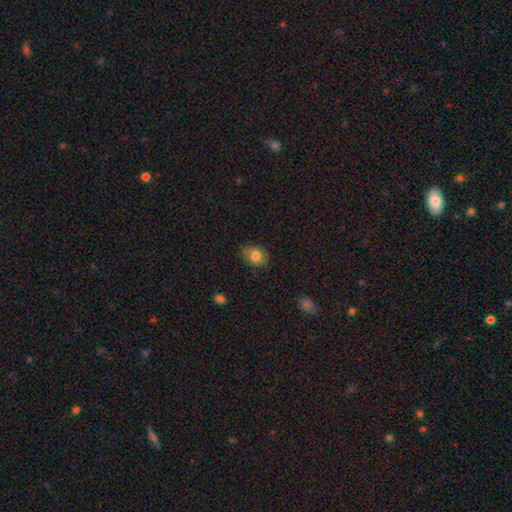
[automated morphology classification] A smooth galaxy with no disk features (78%) that is in between round and cigar-shaped (67%). Merging: none (78%).